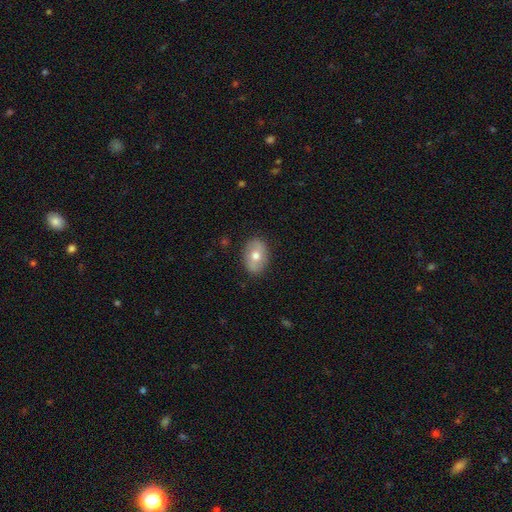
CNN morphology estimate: Smooth or featured?
  - smooth: 61% *
  - featured or disk: 32%
  - star or artifact: 7%
How rounded?
  - in between: 76% *
  - round: 23%
  - cigar-shaped: 1%
Merging?
  - none: 85% *
  - minor disturbance: 11%
  - major disturbance: 3%
  - merger: 1%